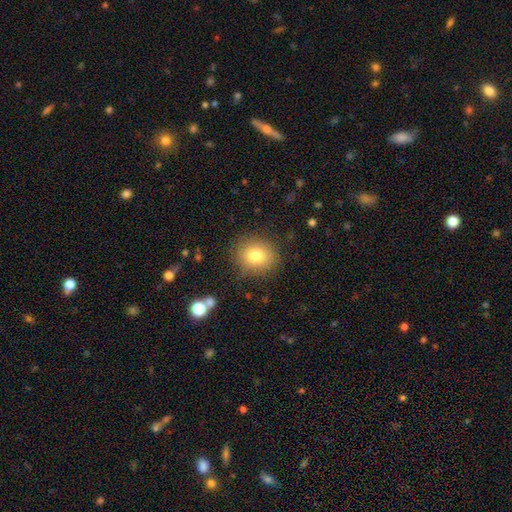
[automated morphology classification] This is likely a smooth galaxy (79%). How rounded: likely round (76%). Merging: clearly none (84%).